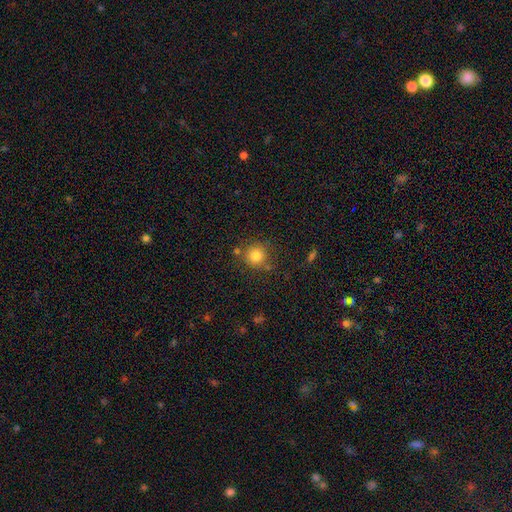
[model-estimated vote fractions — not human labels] smooth_or_featured: smooth (p=0.81) [alt: star or artifact p=0.12]
how_rounded: round (p=0.93) [alt: in between p=0.06]
merging: none (p=0.79) [alt: minor disturbance p=0.10]